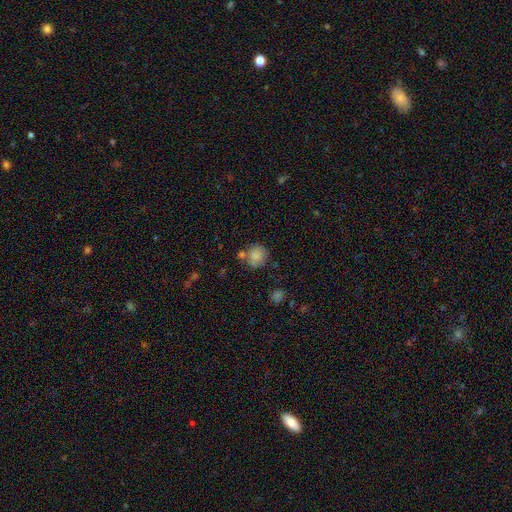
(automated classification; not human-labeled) This appears to be a smooth galaxy with no disk features (80%) that is round (82%). Merging: none (59%).